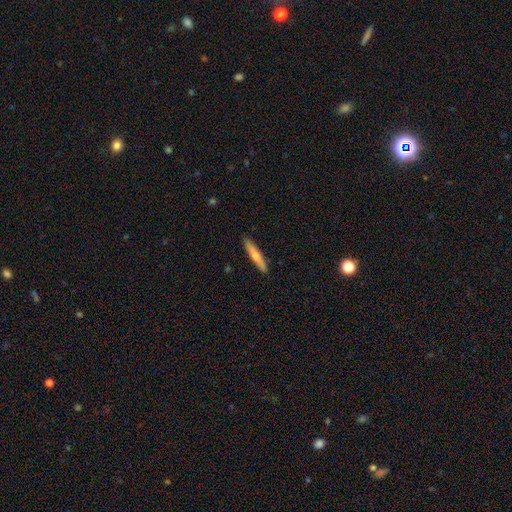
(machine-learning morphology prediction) This appears to be a smooth galaxy with no disk features (58%) that is cigar-shaped (90%). Merging: none (90%).